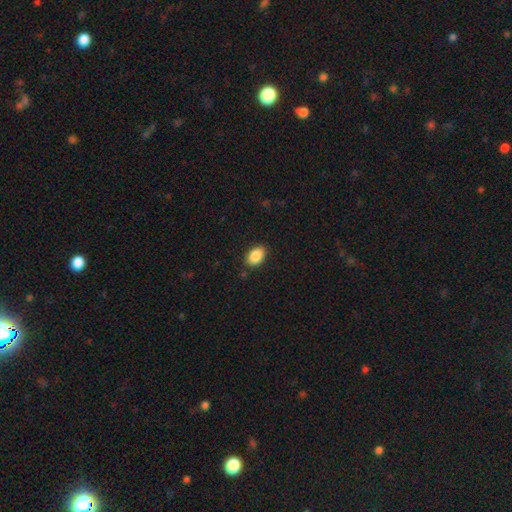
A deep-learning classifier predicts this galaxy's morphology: Smooth or featured?
  - smooth: 88% *
  - star or artifact: 7%
  - featured or disk: 4%
How rounded?
  - in between: 90% *
  - round: 9%
  - cigar-shaped: 1%
Merging?
  - none: 87% *
  - minor disturbance: 9%
  - major disturbance: 2%
  - merger: 1%